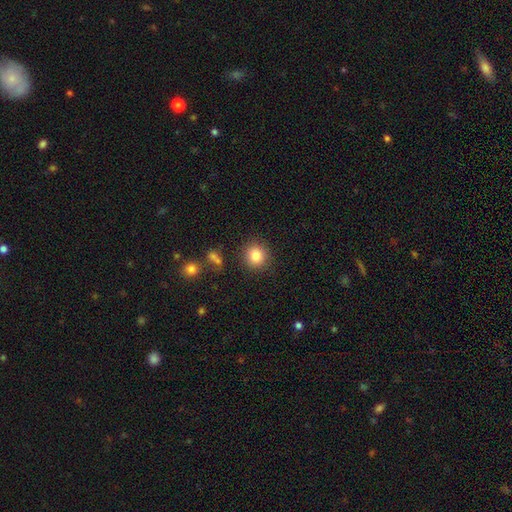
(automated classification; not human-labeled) Smooth or featured?
  - smooth: 84% *
  - star or artifact: 10%
  - featured or disk: 6%
How rounded?
  - round: 88% *
  - in between: 11%
  - cigar-shaped: 1%
Merging?
  - none: 87% *
  - minor disturbance: 8%
  - major disturbance: 3%
  - merger: 2%